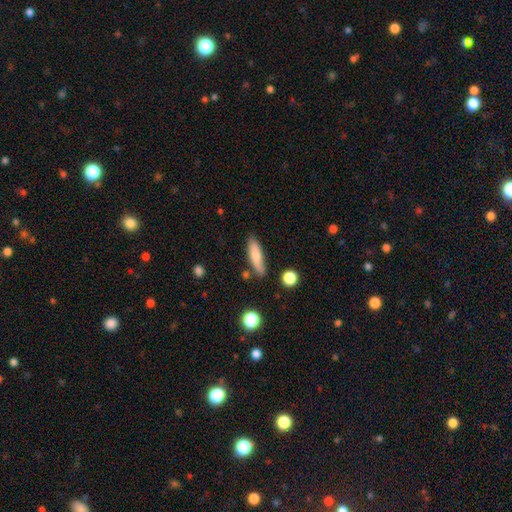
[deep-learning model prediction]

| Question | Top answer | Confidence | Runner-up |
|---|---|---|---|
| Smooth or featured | smooth | 72% | featured or disk (21%) |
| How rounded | cigar-shaped | 62% | in between (36%) |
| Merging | none | 75% | minor disturbance (17%) |